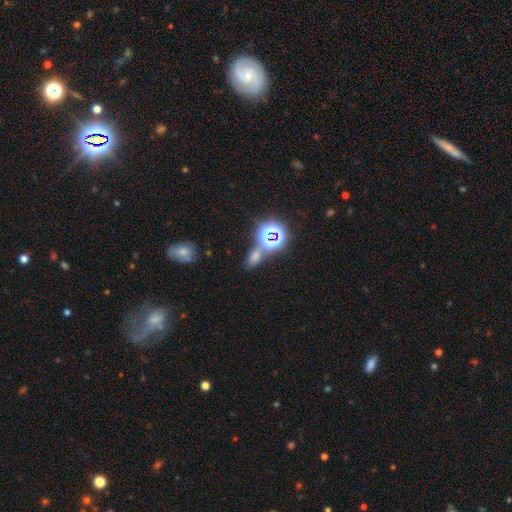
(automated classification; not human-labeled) Smooth or featured? Predicted: smooth (p=0.52). How rounded? Predicted: in between (p=0.72). Merging? Predicted: none (p=0.60).